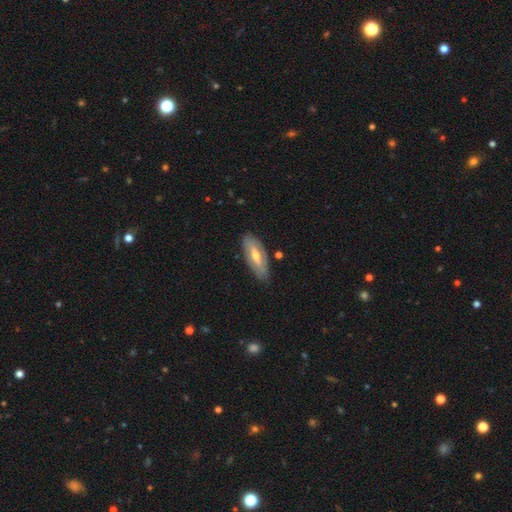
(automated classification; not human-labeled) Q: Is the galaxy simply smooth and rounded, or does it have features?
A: featured or disk — 60%.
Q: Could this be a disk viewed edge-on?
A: no — 73%.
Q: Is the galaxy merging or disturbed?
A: none — 79%.